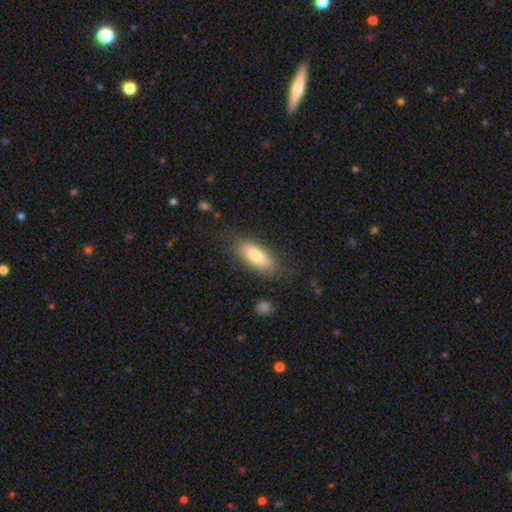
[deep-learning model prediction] Morphology: type=smooth (75%); roundness=in between (79%); merging=none (80%).